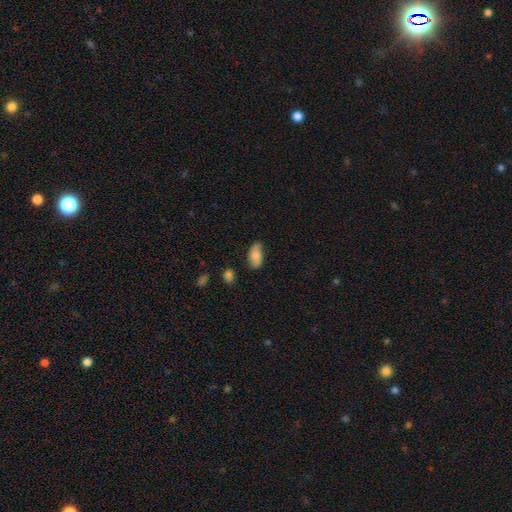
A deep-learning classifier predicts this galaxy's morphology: Smooth or featured?
  - smooth: 65% *
  - featured or disk: 27%
  - star or artifact: 8%
How rounded?
  - in between: 91% *
  - round: 5%
  - cigar-shaped: 4%
Merging?
  - none: 68% *
  - minor disturbance: 24%
  - major disturbance: 5%
  - merger: 3%